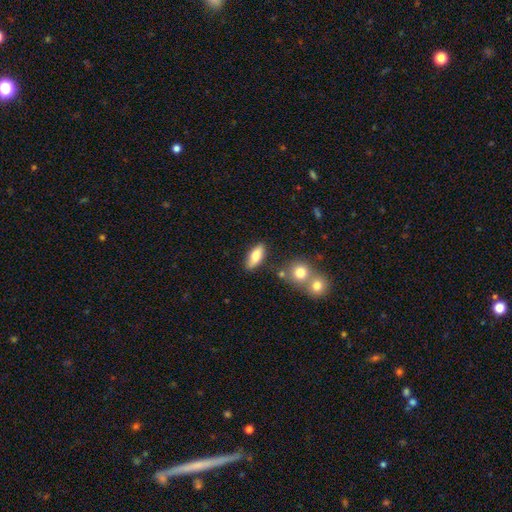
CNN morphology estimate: A smooth galaxy with no disk features (76%) that is in between round and cigar-shaped (76%).

Vote fractions:
- Smooth or featured? smooth: 76% / featured or disk: 17% / star or artifact: 7%
- How rounded? in between: 76% / cigar-shaped: 21% / round: 4%
- Merging? none: 79% / minor disturbance: 12% / merger: 7% / major disturbance: 3%